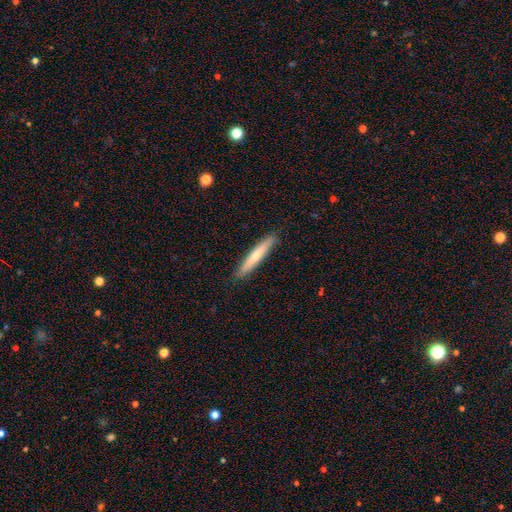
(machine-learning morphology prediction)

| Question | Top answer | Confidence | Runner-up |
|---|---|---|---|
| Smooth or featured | smooth | 63% | featured or disk (32%) |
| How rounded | cigar-shaped | 94% | in between (5%) |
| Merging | none | 90% | minor disturbance (8%) |